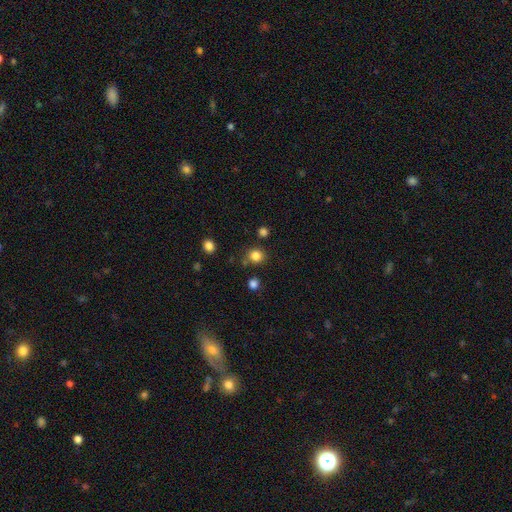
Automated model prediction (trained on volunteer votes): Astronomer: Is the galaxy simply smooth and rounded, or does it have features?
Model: smooth — 83%.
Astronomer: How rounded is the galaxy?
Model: round — 87%.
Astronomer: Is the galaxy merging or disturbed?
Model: none — 81%.